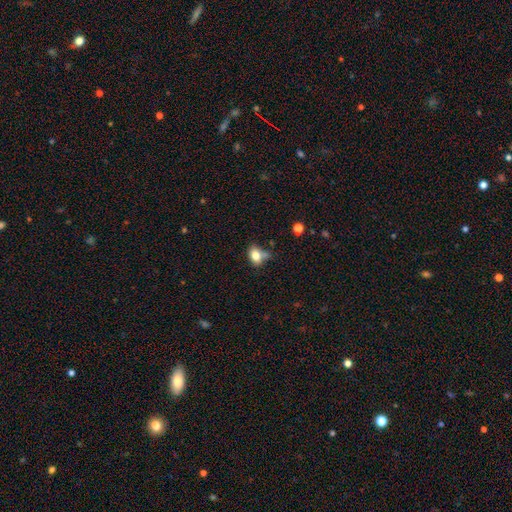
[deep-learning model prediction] A smooth galaxy with no disk features (79%) that is in between round and cigar-shaped (74%). Merging: none (44%).